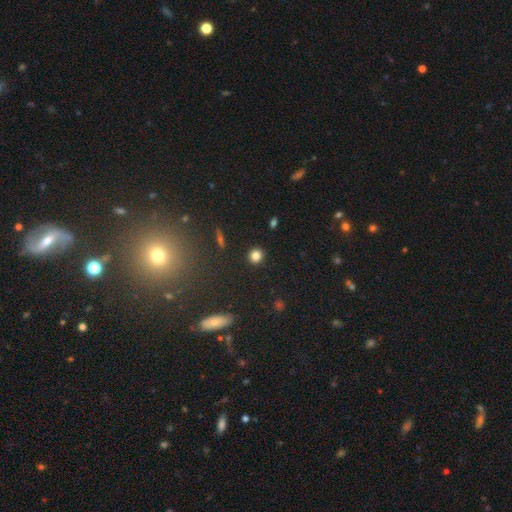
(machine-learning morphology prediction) A smooth galaxy with no disk features (82%) that is round (87%). Merging: none (91%).